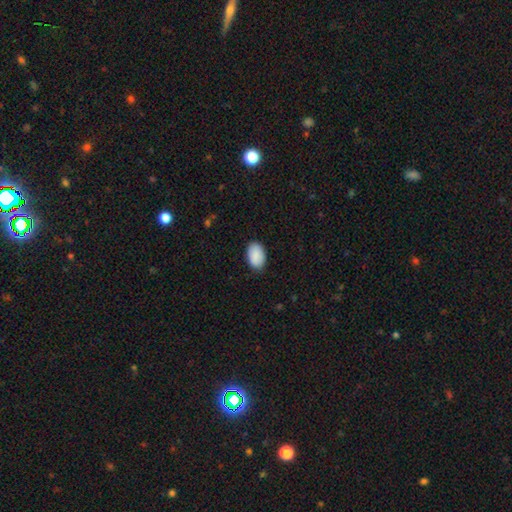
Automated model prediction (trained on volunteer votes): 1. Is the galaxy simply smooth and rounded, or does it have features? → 90% smooth, 6% star or artifact, 4% featured or disk.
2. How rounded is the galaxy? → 92% in between, 7% round, 1% cigar-shaped.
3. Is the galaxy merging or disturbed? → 87% none, 10% minor disturbance, 2% major disturbance, 1% merger.